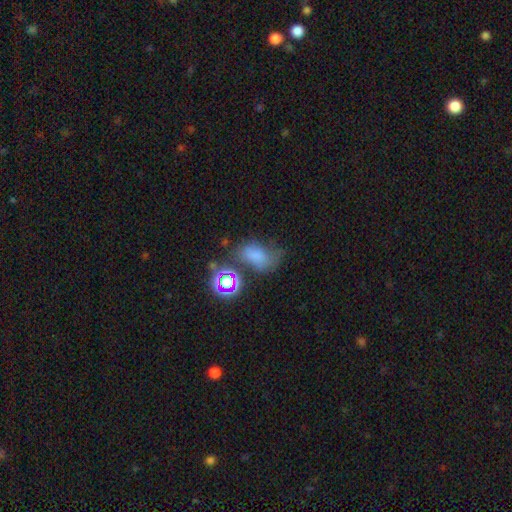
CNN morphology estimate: smooth_or_featured: smooth (p=0.64) [alt: star or artifact p=0.22]
how_rounded: in between (p=0.80) [alt: round p=0.18]
merging: none (p=0.40) [alt: minor disturbance p=0.28]